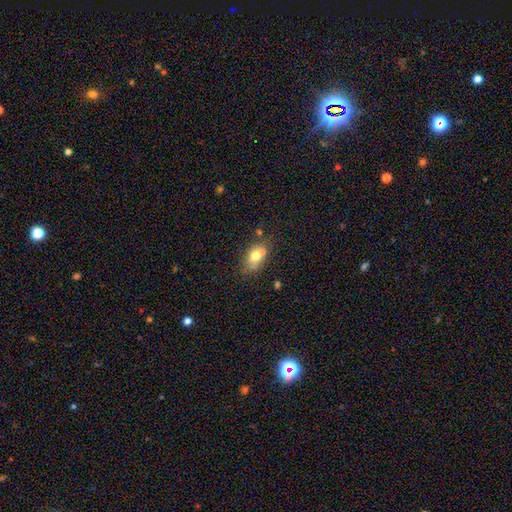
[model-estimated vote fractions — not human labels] A smooth galaxy with no disk features (71%) that is in between round and cigar-shaped (77%). Merging: none (50%).